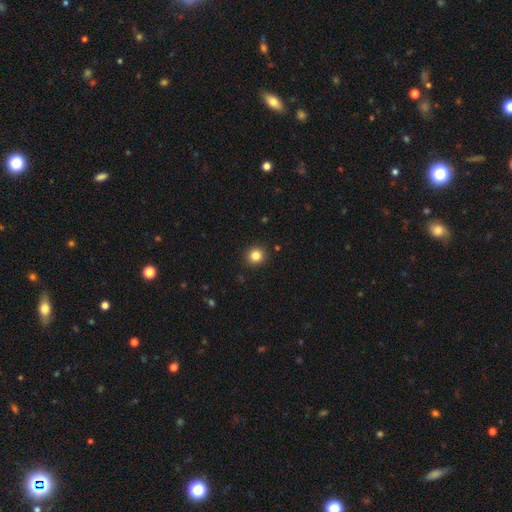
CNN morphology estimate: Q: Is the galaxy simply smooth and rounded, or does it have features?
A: smooth — 84%.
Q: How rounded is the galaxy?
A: round — 92%.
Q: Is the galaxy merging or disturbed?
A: none — 92%.